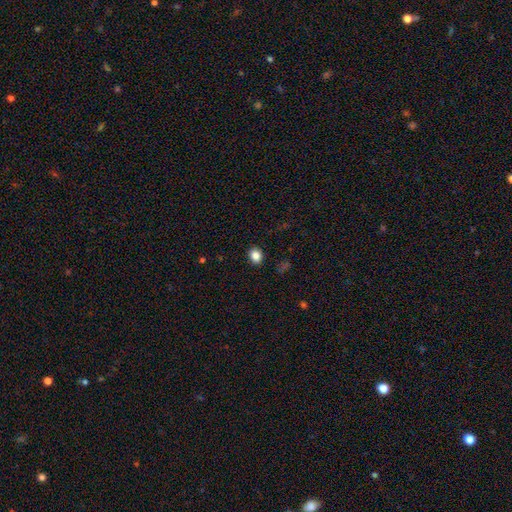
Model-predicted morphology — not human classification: Overall: smooth (84%). How rounded: round (55%; in between 44%). Merging: none (90%).